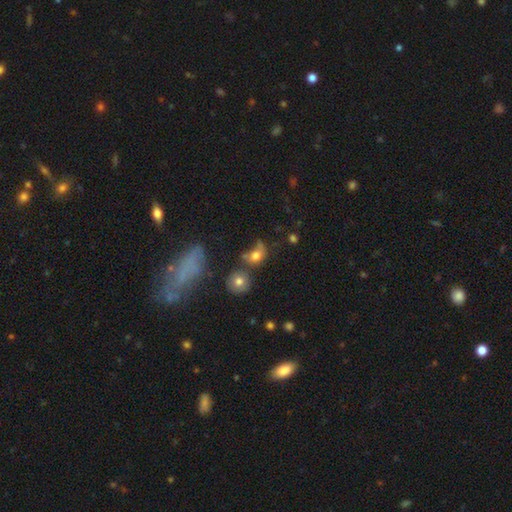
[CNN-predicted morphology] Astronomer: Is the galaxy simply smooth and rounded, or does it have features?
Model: smooth — 67%.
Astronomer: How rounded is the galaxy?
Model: in between — 51% (runner-up: round, 46%).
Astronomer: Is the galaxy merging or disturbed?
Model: none — 30% (runner-up: major disturbance, 27%).